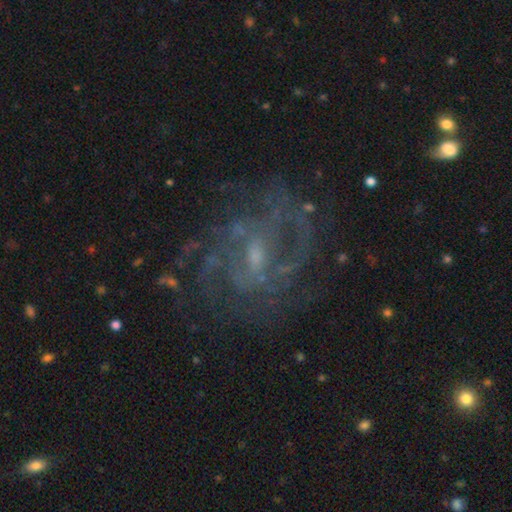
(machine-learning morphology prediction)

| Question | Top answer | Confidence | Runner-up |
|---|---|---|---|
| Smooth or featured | featured or disk | 82% | star or artifact (11%) |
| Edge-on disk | no | 97% | yes (3%) |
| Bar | weak | 54% | no (31%) |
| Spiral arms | yes | 89% | no (11%) |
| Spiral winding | medium | 43% | tight (38%) |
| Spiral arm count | can't tell | 38% | 2 (19%) |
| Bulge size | small | 62% | moderate (26%) |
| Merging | none | 71% | minor disturbance (14%) |